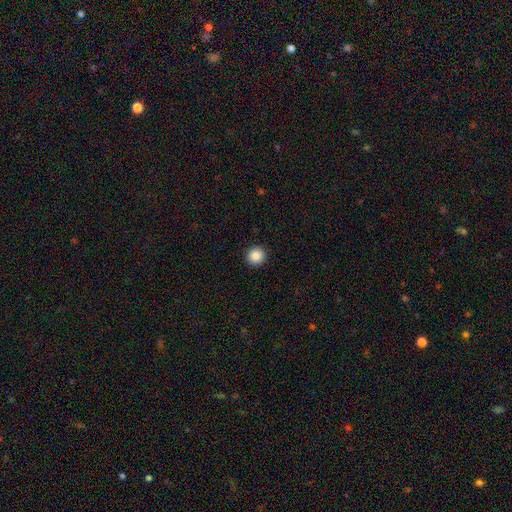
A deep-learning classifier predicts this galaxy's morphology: Overall: smooth (88%). How rounded: round (95%). Merging: none (93%).